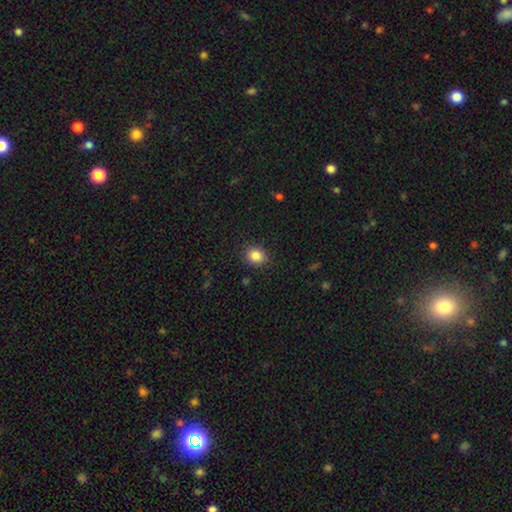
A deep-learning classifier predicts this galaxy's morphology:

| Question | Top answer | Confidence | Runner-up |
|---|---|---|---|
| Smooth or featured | smooth | 86% | star or artifact (10%) |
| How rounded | round | 65% | in between (34%) |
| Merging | none | 87% | minor disturbance (9%) |